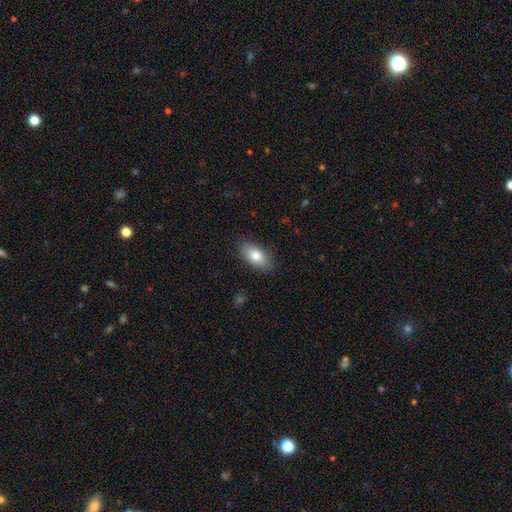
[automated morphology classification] Smooth or featured? smooth (80%)
How rounded? in between (92%)
Merging? none (84%)